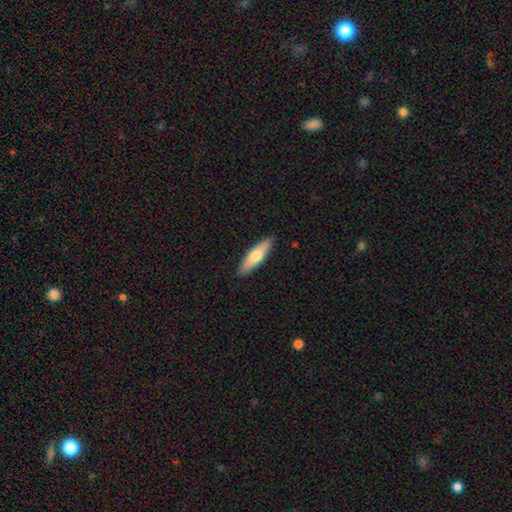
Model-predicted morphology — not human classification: Smooth or featured? smooth (64%)
How rounded? cigar-shaped (64%)
Merging? none (89%)